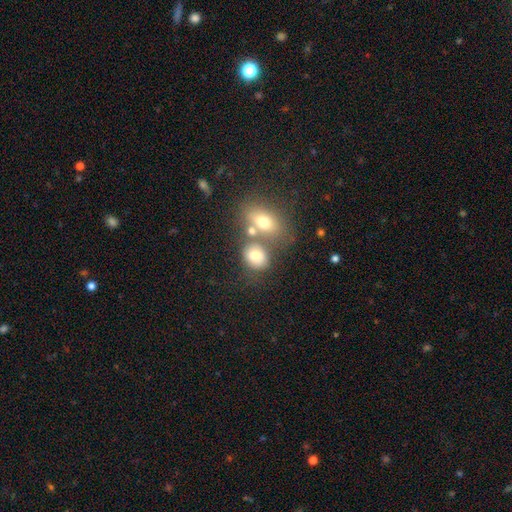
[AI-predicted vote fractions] Smooth or featured? Predicted: smooth (p=0.74). How rounded? Predicted: in between (p=0.51). Merging? Predicted: none (p=0.46).